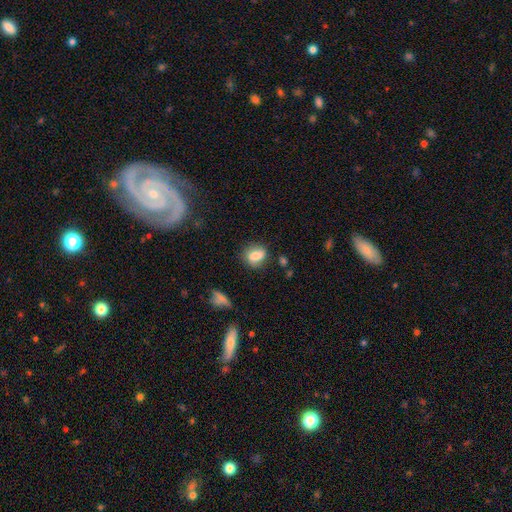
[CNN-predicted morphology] smooth 68%, featured or disk 22%, star or artifact 10%. Down the decision tree: how rounded — round (51%); merging — none (70%).